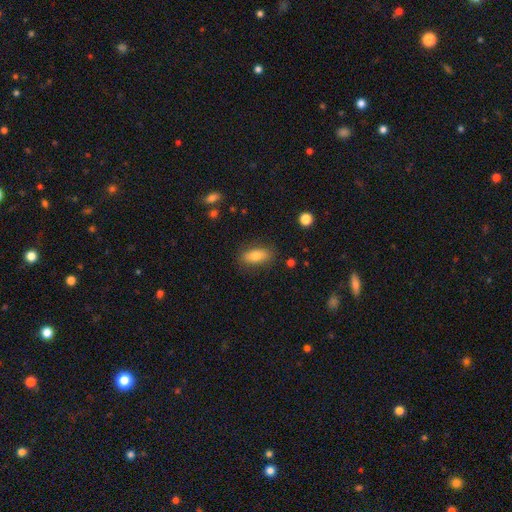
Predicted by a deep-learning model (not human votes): Smooth or featured? smooth (77%)
How rounded? in between (83%)
Merging? none (83%)